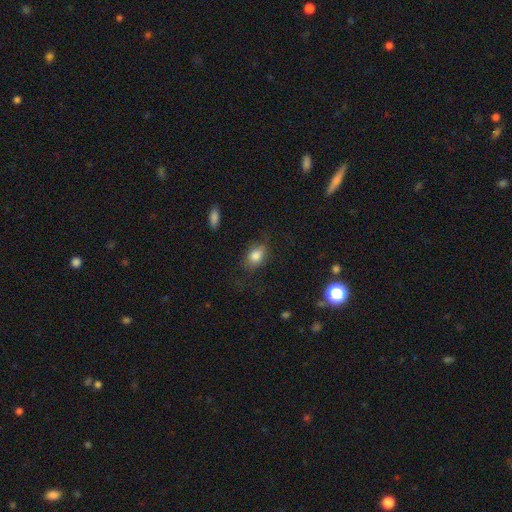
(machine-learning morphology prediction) Q: Smooth or featured?
A: smooth (80%); runner-up: featured or disk (11%)
Q: How rounded?
A: in between (81%); runner-up: round (17%)
Q: Merging?
A: none (68%); runner-up: minor disturbance (21%)